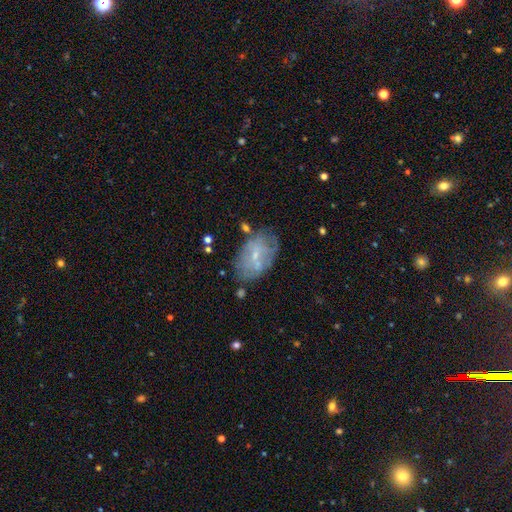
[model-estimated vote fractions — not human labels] This appears to be a featured or disk galaxy (55%) with no bar (49%), no spiral arms (57%) and a small central bulge (71%). Merging: none (59%).